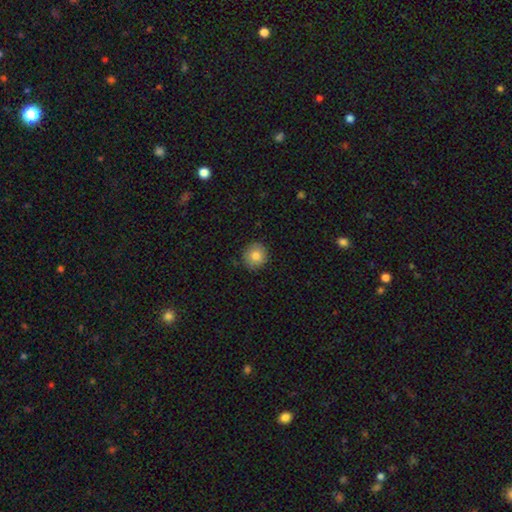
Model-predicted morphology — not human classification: A smooth galaxy with no disk features (82%) that is round (92%). Merging: none (88%).